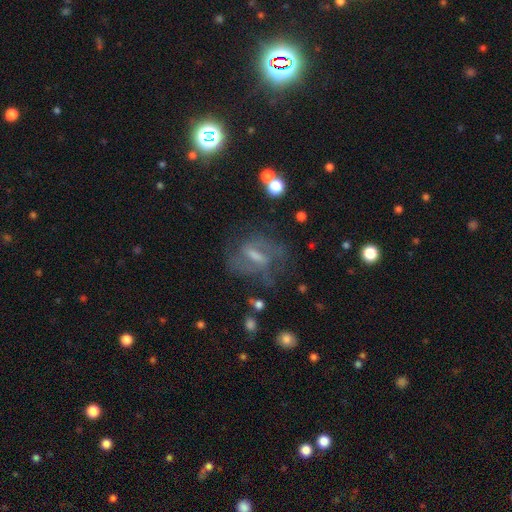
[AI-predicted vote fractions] Overall: featured or disk (63%; smooth 23%). Edge-on disk: no (90%). Bar: weak (43%; strong 39%). Spiral arms: yes (72%). Bulge size: moderate (37%; small 31%). Merging: none (58%; major disturbance 19%).